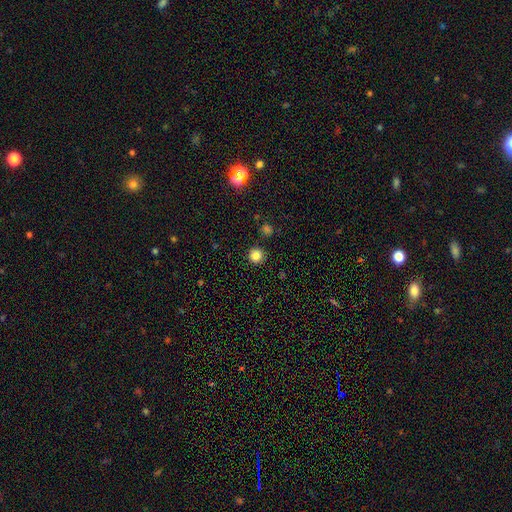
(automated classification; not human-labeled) Smooth or featured: smooth — 82% (star or artifact — 12%)
How rounded: round — 94% (in between — 5%)
Merging: none — 91% (minor disturbance — 6%)